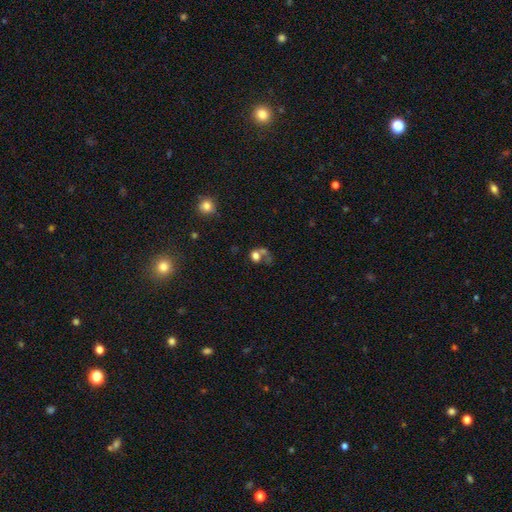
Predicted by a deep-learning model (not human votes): Morphology: type=smooth (65%); roundness=round (62%); merging=merger (44%).